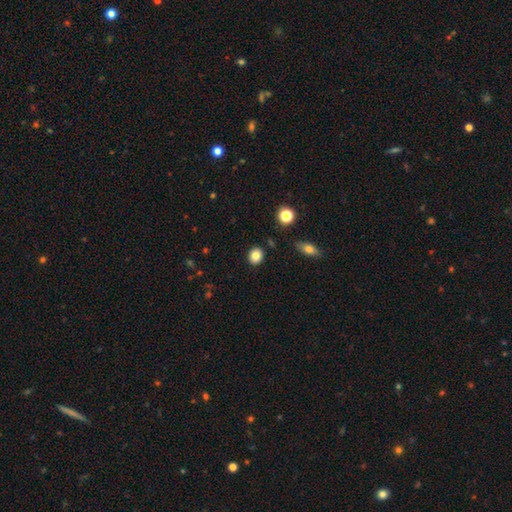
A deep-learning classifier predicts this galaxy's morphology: Smooth or featured?
  - smooth: 84% *
  - star or artifact: 10%
  - featured or disk: 6%
How rounded?
  - round: 67% *
  - in between: 32%
  - cigar-shaped: 1%
Merging?
  - none: 88% *
  - minor disturbance: 7%
  - merger: 2%
  - major disturbance: 2%